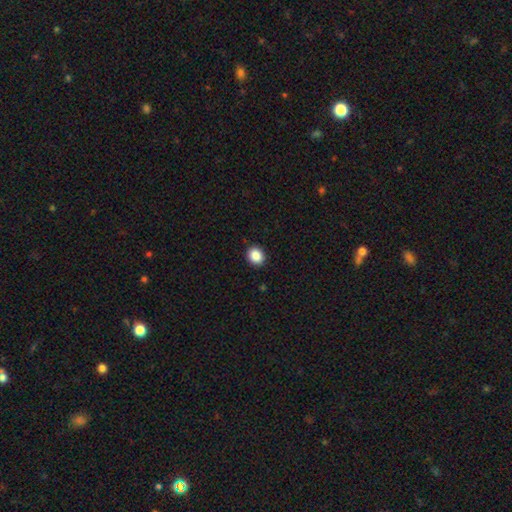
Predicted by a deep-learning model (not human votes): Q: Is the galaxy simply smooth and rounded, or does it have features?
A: smooth — 88%.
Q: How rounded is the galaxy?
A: round — 69%.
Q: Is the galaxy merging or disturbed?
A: none — 91%.